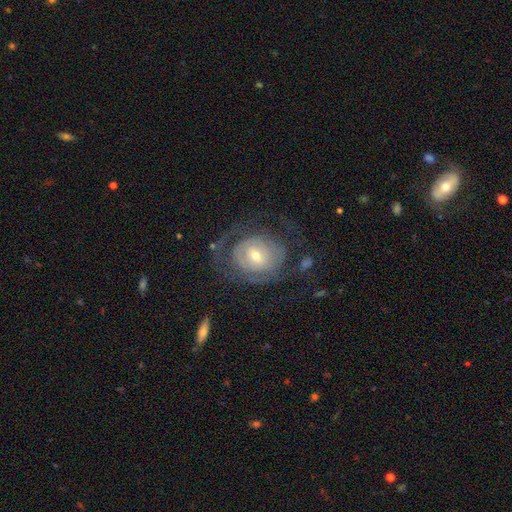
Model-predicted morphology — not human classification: smooth_or_featured: featured or disk (p=0.70) [alt: smooth p=0.23]
disk_edge_on: no (p=0.96) [alt: yes p=0.04]
bar: no (p=0.61) [alt: weak p=0.31]
has_spiral_arms: yes (p=0.70) [alt: no p=0.30]
bulge_size: small (p=0.53) [alt: moderate p=0.42]
merging: none (p=0.55) [alt: major disturbance p=0.26]